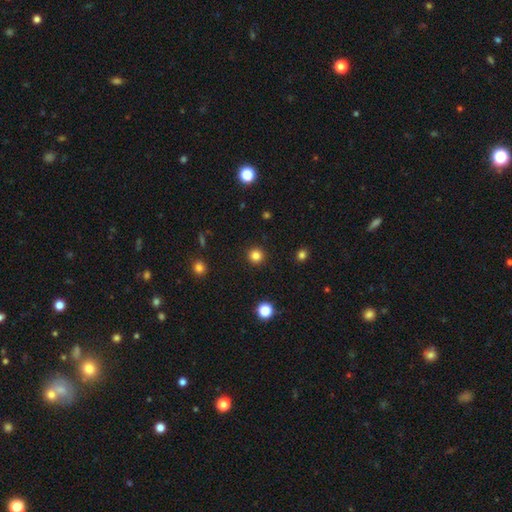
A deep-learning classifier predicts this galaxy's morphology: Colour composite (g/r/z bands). It shows a smooth galaxy with no disk features (82%) that is round (95%). Merging: none (92%).